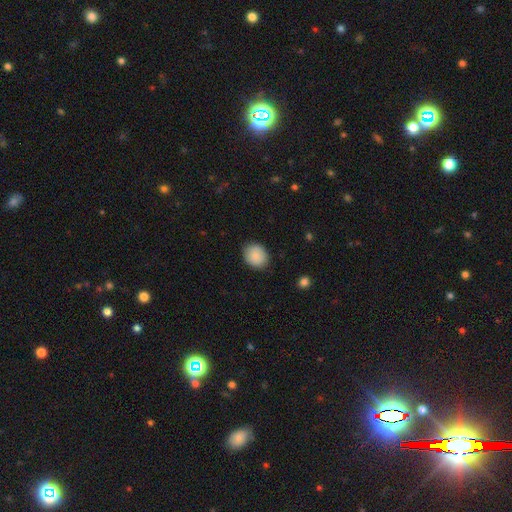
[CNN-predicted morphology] Smooth or featured?
  - smooth: 89% *
  - star or artifact: 7%
  - featured or disk: 4%
How rounded?
  - round: 65% *
  - in between: 34%
  - cigar-shaped: 1%
Merging?
  - none: 86% *
  - minor disturbance: 11%
  - major disturbance: 2%
  - merger: 1%